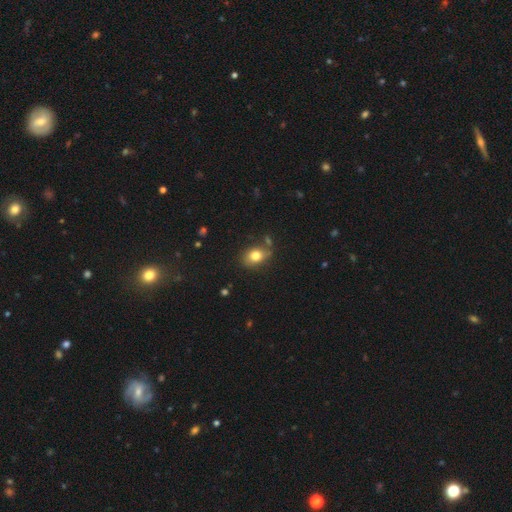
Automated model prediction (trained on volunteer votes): Smooth or featured: smooth — 80% (star or artifact — 10%)
How rounded: in between — 66% (round — 33%)
Merging: none — 72% (minor disturbance — 18%)